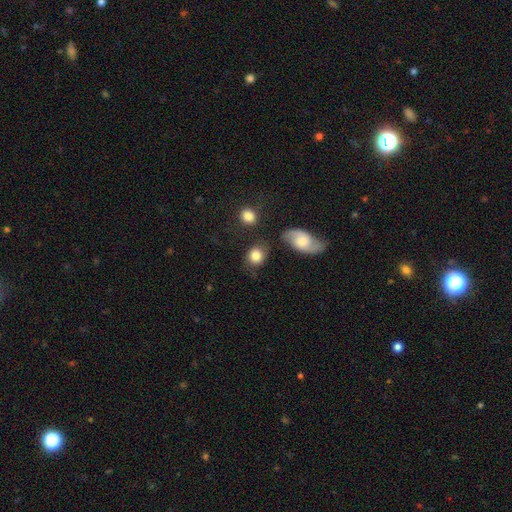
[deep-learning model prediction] A smooth galaxy with no disk features (81%) that is round (63%). Merging: none (67%).